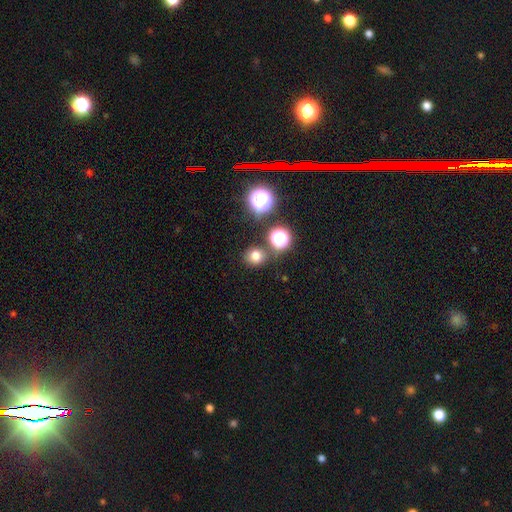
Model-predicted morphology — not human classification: The model was most divided on "smooth or featured": smooth: 74%, star or artifact: 19%, featured or disk: 7%. More confident: merging — none (81%); how rounded — round (79%).